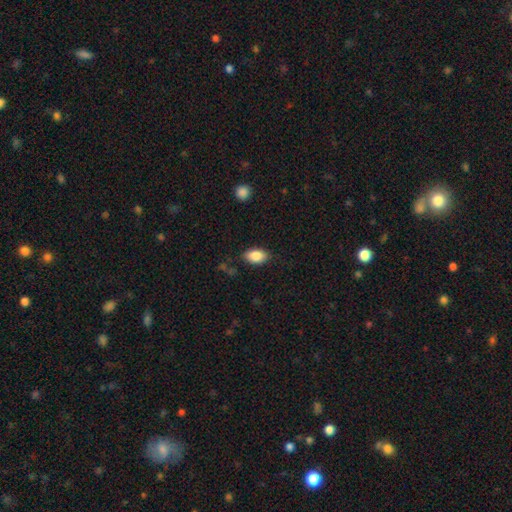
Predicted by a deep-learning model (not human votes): This appears to be a smooth galaxy with no disk features (86%) that is in between round and cigar-shaped (91%). Merging: none (84%).